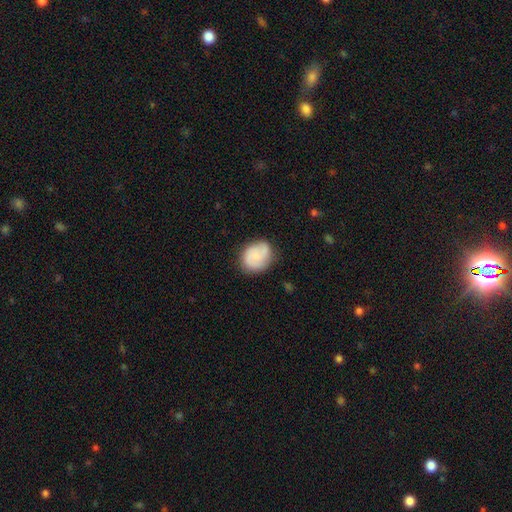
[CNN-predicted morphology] The model was most divided on "how rounded": round: 52%, in between: 47%, cigar-shaped: 1%. More confident: merging — none (69%); smooth or featured — smooth (58%).